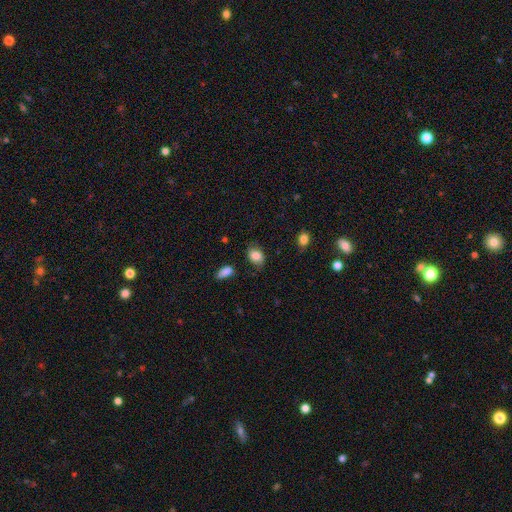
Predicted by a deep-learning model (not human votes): smooth-or-featured: smooth: 80% | featured or disk: 12% | star or artifact: 8%
  how-rounded: in between: 68% | round: 31% | cigar-shaped: 1%
  merging: none: 70% | minor disturbance: 22% | major disturbance: 6% | merger: 2%